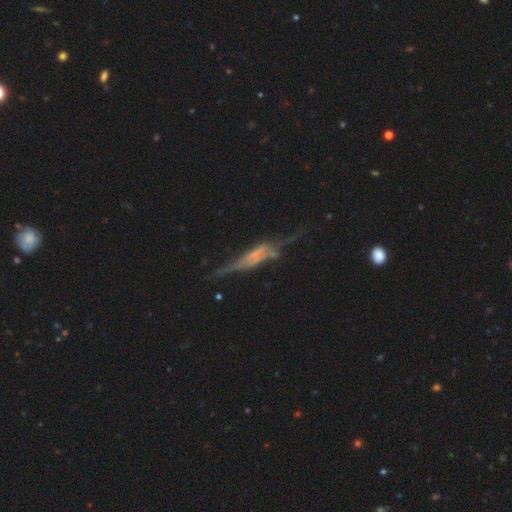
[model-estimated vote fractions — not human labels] Smooth or featured? Predicted: featured or disk (p=0.64). Edge-on disk? Predicted: yes (p=0.78). Edge-on bulge? Predicted: boxy (p=0.42). Merging? Predicted: none (p=0.40).